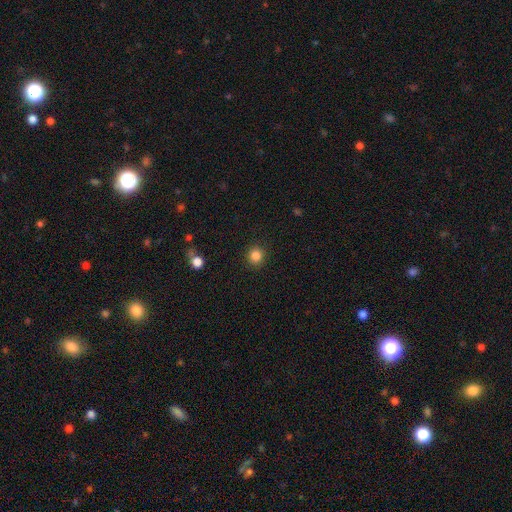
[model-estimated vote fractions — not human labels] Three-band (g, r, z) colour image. It shows a smooth galaxy with no disk features (85%) that is round (92%). Merging: none (91%).